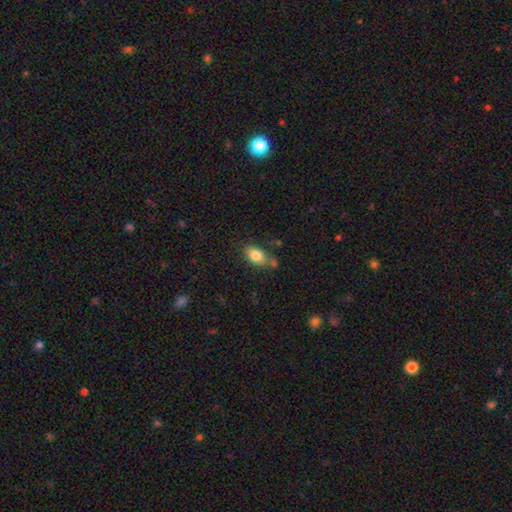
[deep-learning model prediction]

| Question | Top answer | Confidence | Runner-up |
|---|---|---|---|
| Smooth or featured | smooth | 81% | featured or disk (10%) |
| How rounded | in between | 83% | round (14%) |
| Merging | none | 59% | minor disturbance (22%) |